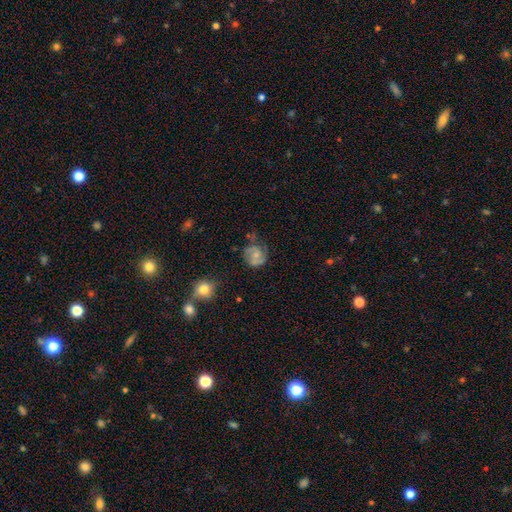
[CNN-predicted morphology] smooth-or-featured: featured or disk: 58% | smooth: 34% | star or artifact: 8%
  disk-edge-on: no: 98% | yes: 2%
    bar: no: 65% | weak: 30% | strong: 5%
    has-spiral-arms: yes: 86% | no: 14%
    bulge-size: small: 54% | moderate: 34% | none: 9% | large: 2% | dominant: 1%
  merging: none: 62% | minor disturbance: 24% | major disturbance: 10% | merger: 3%